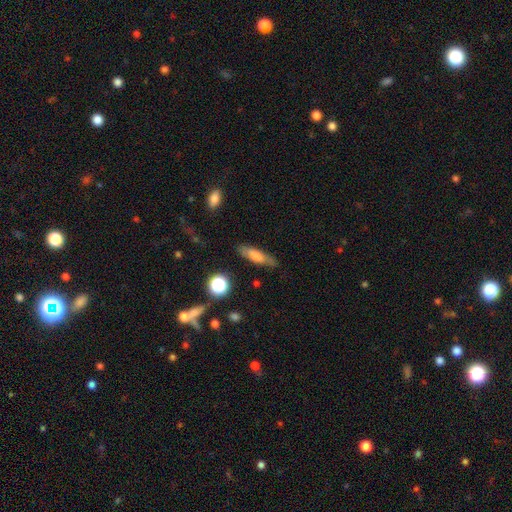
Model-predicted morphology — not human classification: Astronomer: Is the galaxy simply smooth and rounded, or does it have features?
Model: smooth — 64%.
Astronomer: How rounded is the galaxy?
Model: cigar-shaped — 61%.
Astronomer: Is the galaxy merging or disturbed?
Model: none — 79%.